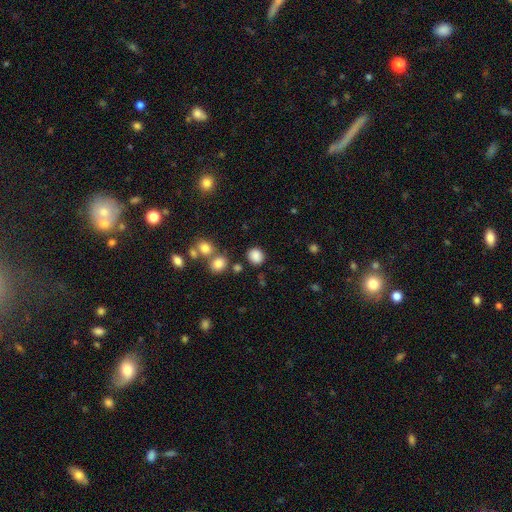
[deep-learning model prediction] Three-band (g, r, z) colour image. It shows a smooth galaxy with no disk features (84%) that is round (76%). Merging: none (80%).